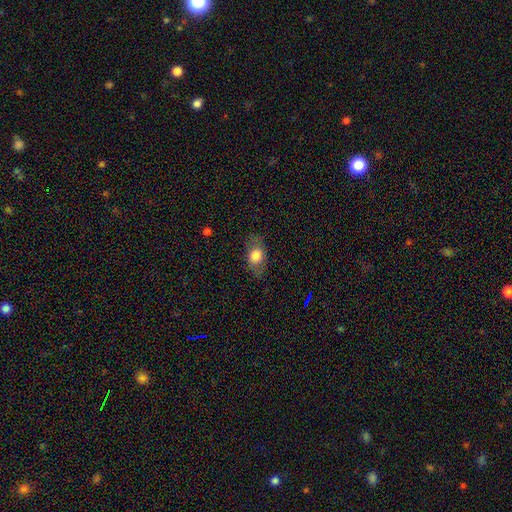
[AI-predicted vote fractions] Smooth or featured? smooth (74%)
How rounded? in between (78%)
Merging? none (77%)